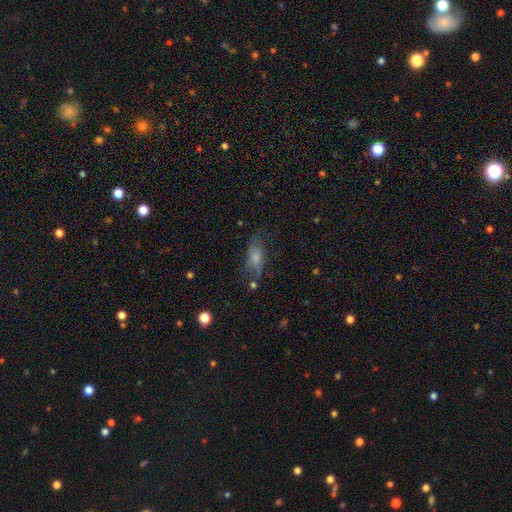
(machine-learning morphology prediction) type=featured or disk (43%); merging=none (63%).